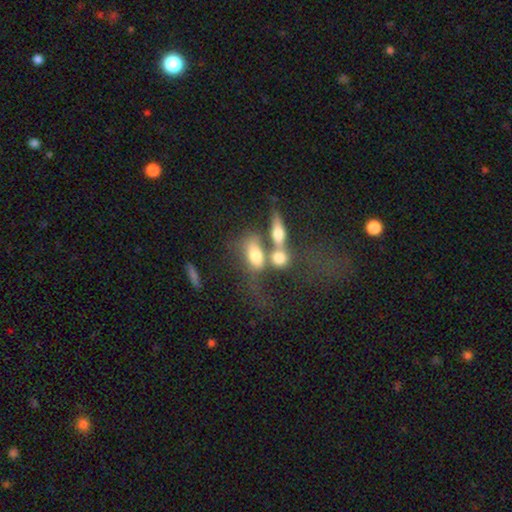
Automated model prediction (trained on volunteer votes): This is likely a smooth galaxy (63%). How rounded: likely in between (73%). Merging: possibly merger (57%).